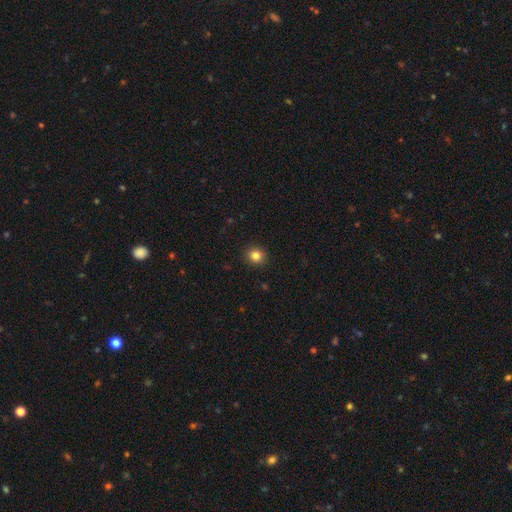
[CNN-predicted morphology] Q: Smooth or featured?
A: smooth (84%); runner-up: star or artifact (11%)
Q: How rounded?
A: round (84%); runner-up: in between (15%)
Q: Merging?
A: none (92%); runner-up: minor disturbance (6%)